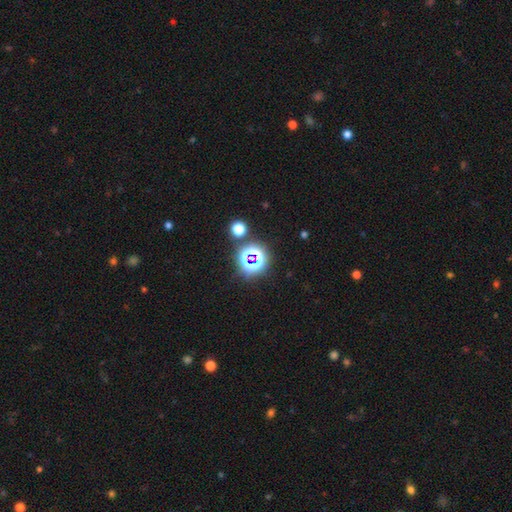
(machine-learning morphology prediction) Smooth or featured?
  - star or artifact: 62% *
  - smooth: 28%
  - featured or disk: 10%